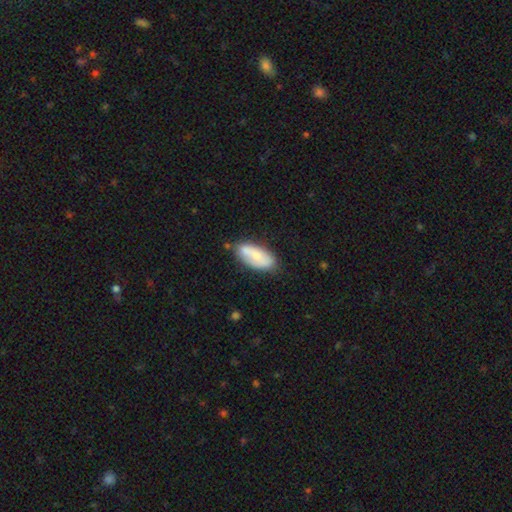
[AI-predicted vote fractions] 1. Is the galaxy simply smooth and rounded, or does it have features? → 61% smooth, 33% featured or disk, 6% star or artifact.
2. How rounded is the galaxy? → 86% in between, 12% cigar-shaped, 3% round.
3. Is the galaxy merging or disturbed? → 68% none, 20% minor disturbance, 7% merger, 5% major disturbance.